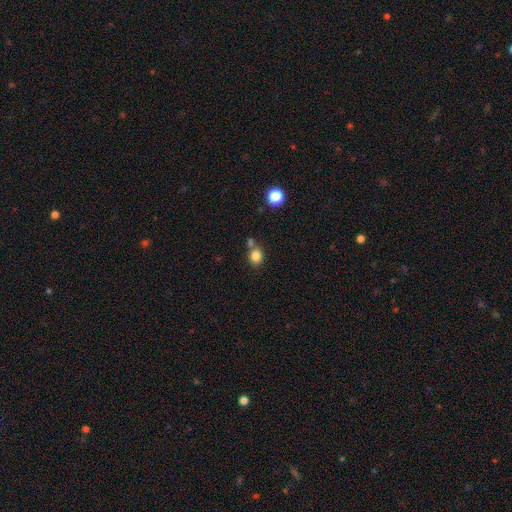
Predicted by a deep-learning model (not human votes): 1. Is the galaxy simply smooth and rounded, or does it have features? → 83% smooth, 11% star or artifact, 6% featured or disk.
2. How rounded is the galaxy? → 63% round, 36% in between, 1% cigar-shaped.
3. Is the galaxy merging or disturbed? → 62% none, 22% merger, 12% minor disturbance, 4% major disturbance.